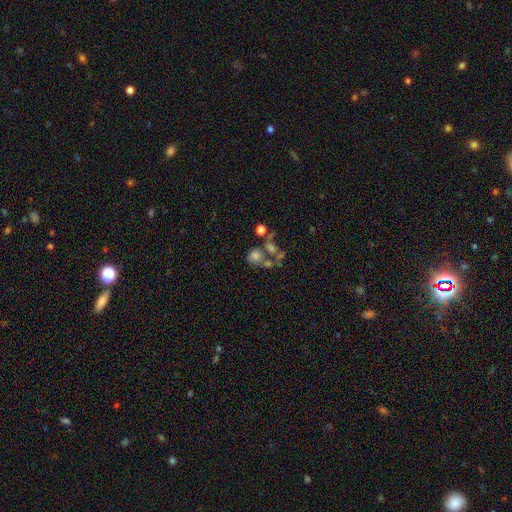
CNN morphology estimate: Smooth or featured: smooth — 61% (featured or disk — 21%)
How rounded: round — 70% (in between — 29%)
Merging: merger — 40% (none — 35%)